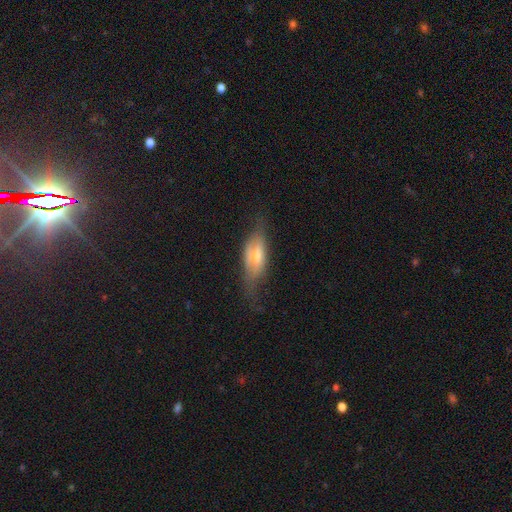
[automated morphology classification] This is possibly a featured or disk galaxy (52%). It is likely viewed edge-on (68%). Merging: possibly none (57%).